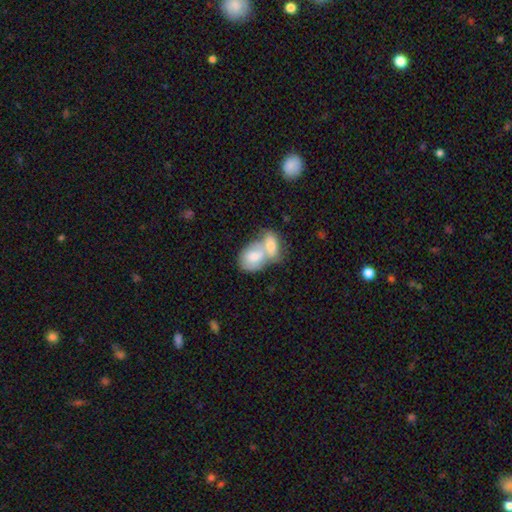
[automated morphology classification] Smooth or featured? smooth (74%)
How rounded? in between (80%)
Merging? merger (74%)